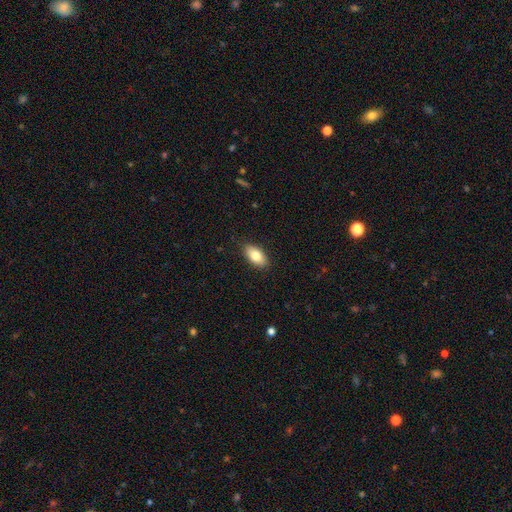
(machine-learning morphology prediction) smooth_or_featured: smooth (p=0.80) [alt: featured or disk p=0.13]
how_rounded: in between (p=0.92) [alt: cigar-shaped p=0.04]
merging: none (p=0.88) [alt: minor disturbance p=0.09]